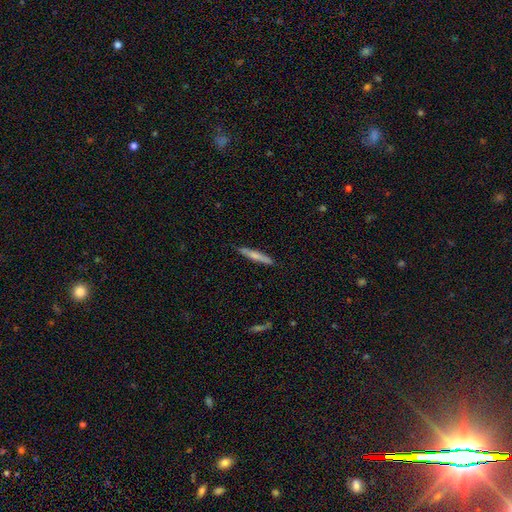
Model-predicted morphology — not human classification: The model was most divided on "smooth or featured": smooth: 62%, featured or disk: 32%, star or artifact: 6%. More confident: how rounded — cigar-shaped (94%); merging — none (87%).